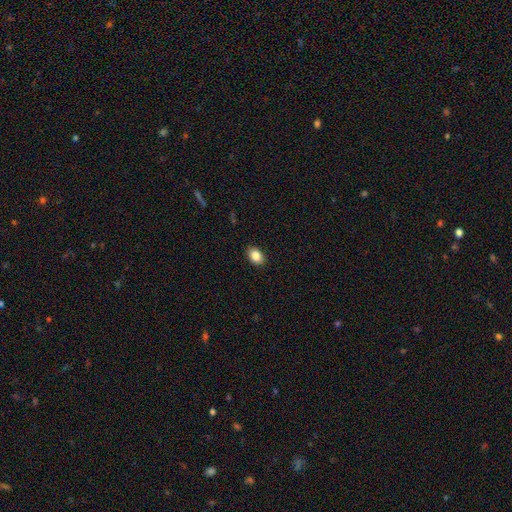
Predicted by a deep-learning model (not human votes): Smooth or featured? Predicted: smooth (p=0.85). How rounded? Predicted: in between (p=0.78). Merging? Predicted: none (p=0.90).